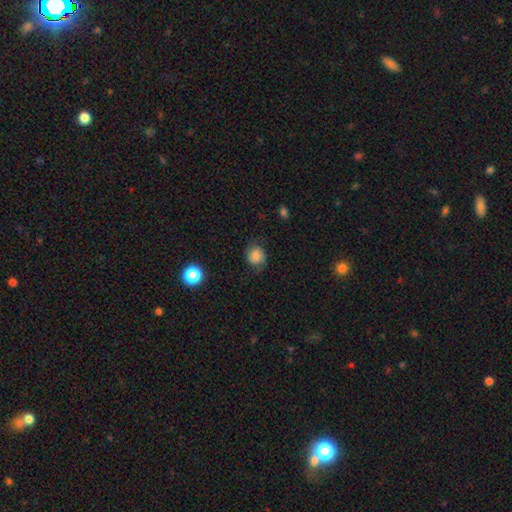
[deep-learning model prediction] A smooth galaxy with no disk features (60%) that is round (76%). Merging: none (71%).